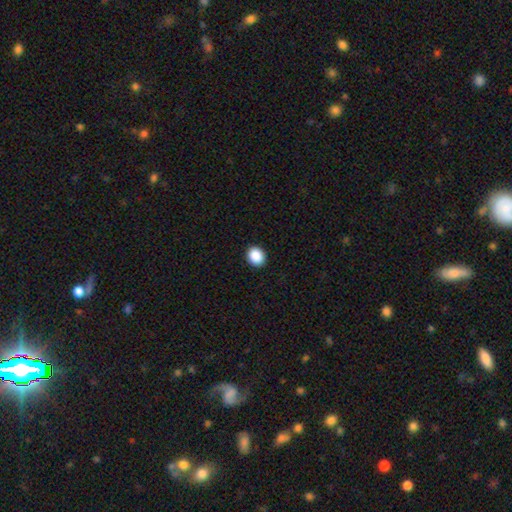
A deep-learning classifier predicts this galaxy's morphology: Q: Smooth or featured?
A: smooth (89%); runner-up: star or artifact (9%)
Q: How rounded?
A: round (67%); runner-up: in between (32%)
Q: Merging?
A: none (92%); runner-up: minor disturbance (5%)